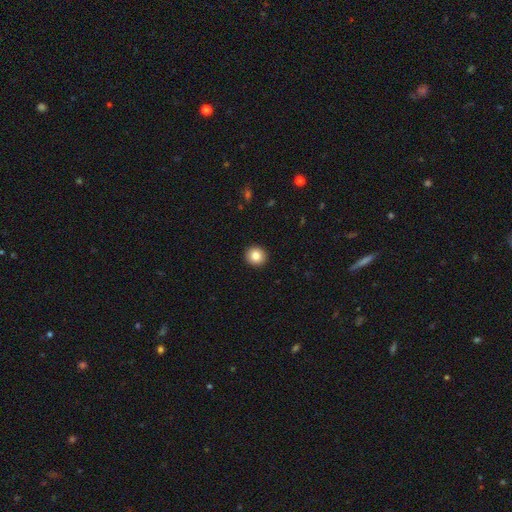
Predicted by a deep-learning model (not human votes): A smooth galaxy with no disk features (85%) that is round (92%).

Vote fractions:
- Smooth or featured? smooth: 85% / star or artifact: 9% / featured or disk: 6%
- How rounded? round: 92% / in between: 7% / cigar-shaped: 1%
- Merging? none: 93% / minor disturbance: 4% / major disturbance: 1% / merger: 1%